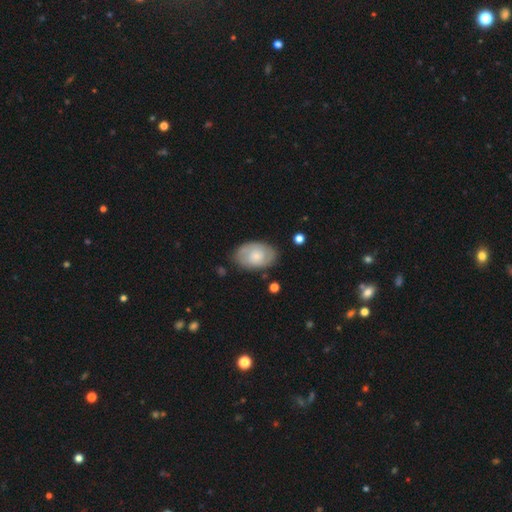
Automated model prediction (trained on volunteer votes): Smooth or featured: smooth — 49% (featured or disk — 45%)
Merging: none — 78% (minor disturbance — 16%)